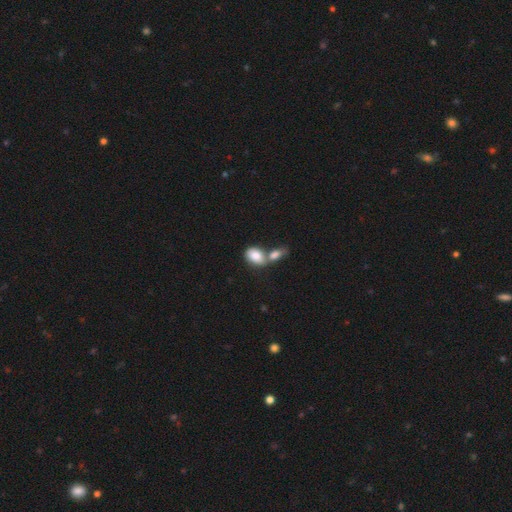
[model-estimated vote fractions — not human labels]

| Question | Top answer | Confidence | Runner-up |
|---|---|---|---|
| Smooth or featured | smooth | 83% | featured or disk (11%) |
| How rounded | in between | 83% | round (15%) |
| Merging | merger | 62% | none (24%) |